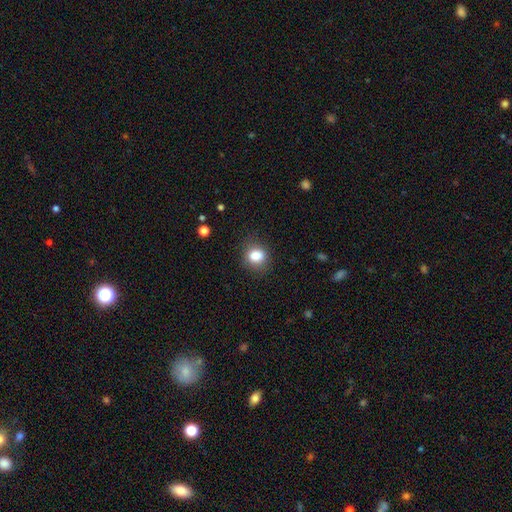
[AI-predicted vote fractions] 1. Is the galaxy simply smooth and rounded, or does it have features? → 82% smooth, 11% star or artifact, 7% featured or disk.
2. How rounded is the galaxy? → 57% round, 42% in between, 1% cigar-shaped.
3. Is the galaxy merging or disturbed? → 82% none, 13% minor disturbance, 4% major disturbance, 1% merger.